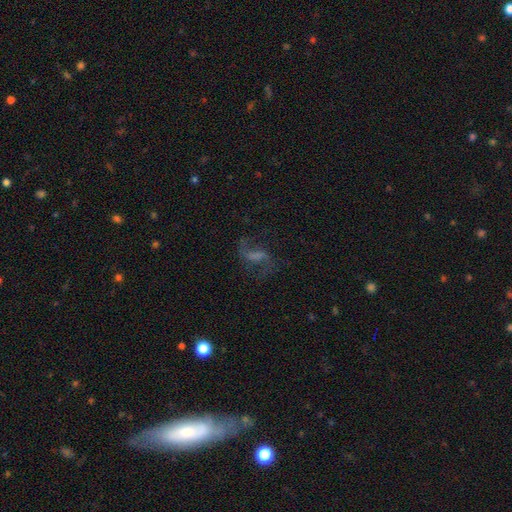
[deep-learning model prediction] Morphology: type=featured or disk (69%); edge-on=no (95%); bar=weak (43%); spiral arms=yes (90%); winding=loose (70%); arm count=2 (88%); bulge=none (55%); merging=none (67%).